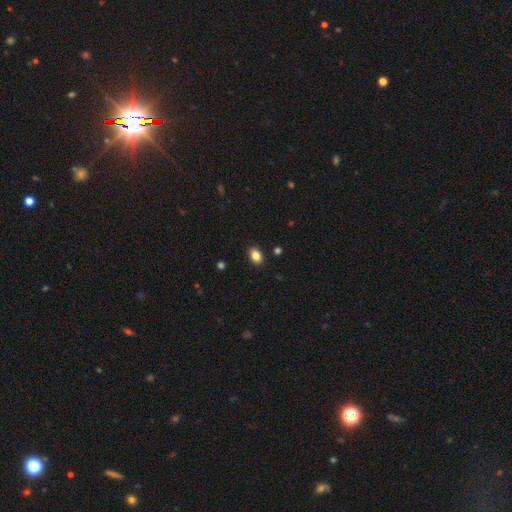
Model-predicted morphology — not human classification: A smooth galaxy with no disk features (85%) that is in between round and cigar-shaped (83%).

Vote fractions:
- Smooth or featured? smooth: 85% / star or artifact: 9% / featured or disk: 6%
- How rounded? in between: 83% / round: 16% / cigar-shaped: 1%
- Merging? none: 89% / minor disturbance: 8% / major disturbance: 2% / merger: 1%